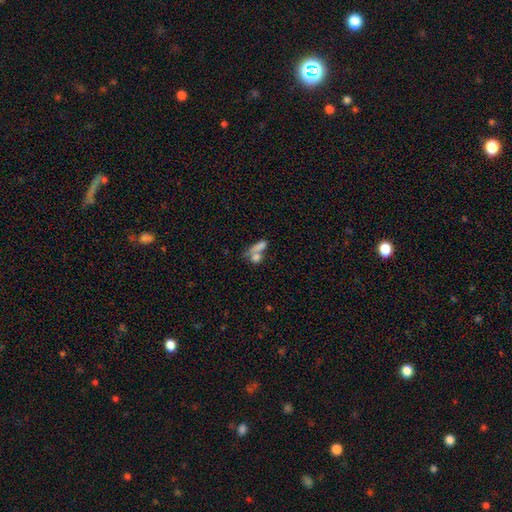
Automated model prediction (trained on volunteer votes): The model was most divided on "how rounded": in between: 55%, round: 31%, cigar-shaped: 14%. More confident: smooth or featured — smooth (72%); merging — merger (56%).